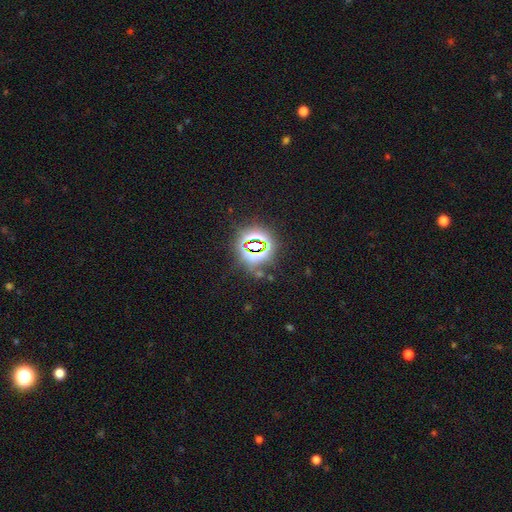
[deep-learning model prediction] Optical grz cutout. It shows a star or artifact, not a galaxy (80%).